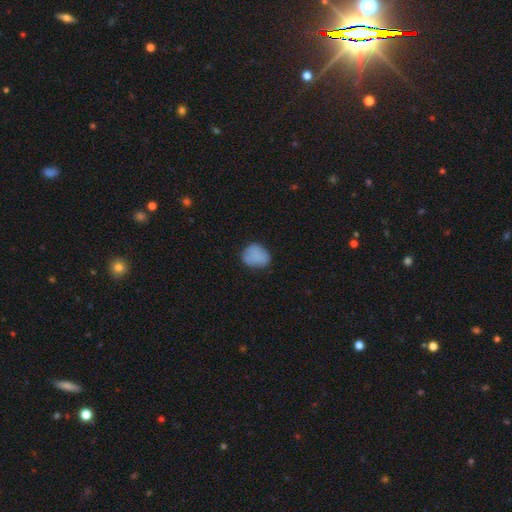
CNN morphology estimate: Q: Smooth or featured?
A: smooth (83%); runner-up: star or artifact (9%)
Q: How rounded?
A: round (63%); runner-up: in between (36%)
Q: Merging?
A: none (67%); runner-up: minor disturbance (25%)